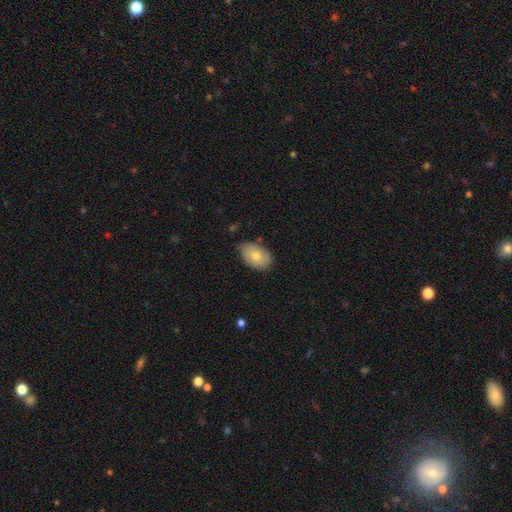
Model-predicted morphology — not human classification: smooth_or_featured: smooth (p=0.67) [alt: featured or disk p=0.26]
how_rounded: in between (p=0.87) [alt: round p=0.12]
merging: none (p=0.76) [alt: minor disturbance p=0.20]